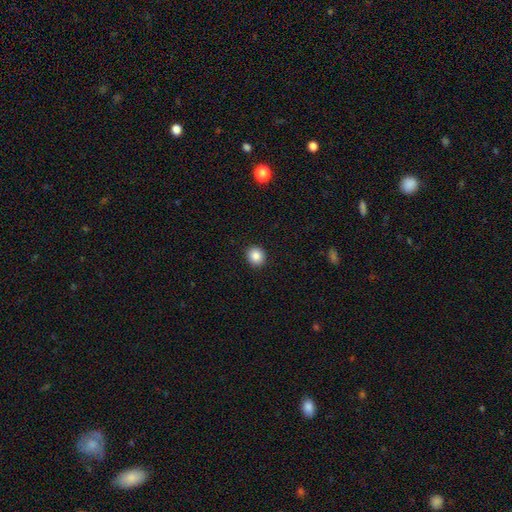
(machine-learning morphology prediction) smooth 86%, star or artifact 9%, featured or disk 4%. Down the decision tree: how rounded — round (82%); merging — none (92%).